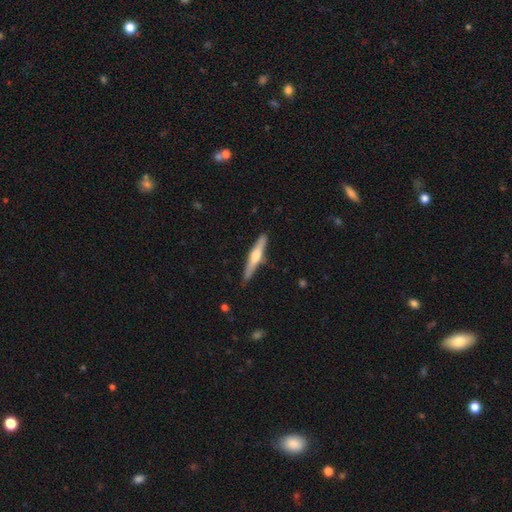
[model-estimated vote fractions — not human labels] Smooth or featured: featured or disk — 57% (smooth — 38%)
Edge-on disk: yes — 96% (no — 4%)
Edge-on bulge: rounded — 89% (none — 7%)
Merging: none — 84% (minor disturbance — 12%)